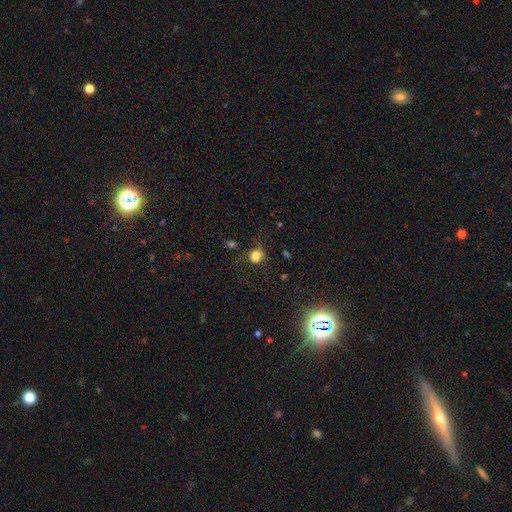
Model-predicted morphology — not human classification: smooth-or-featured: smooth: 79% | star or artifact: 14% | featured or disk: 7%
  how-rounded: round: 70% | in between: 29% | cigar-shaped: 1%
  merging: none: 61% | minor disturbance: 22% | major disturbance: 14% | merger: 3%